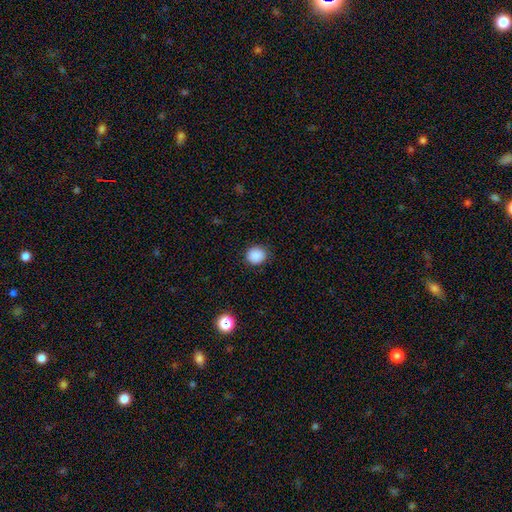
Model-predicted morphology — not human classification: smooth-or-featured: smooth: 88% | star or artifact: 9% | featured or disk: 3%
  how-rounded: round: 86% | in between: 13% | cigar-shaped: 1%
  merging: none: 88% | minor disturbance: 9% | major disturbance: 2% | merger: 1%